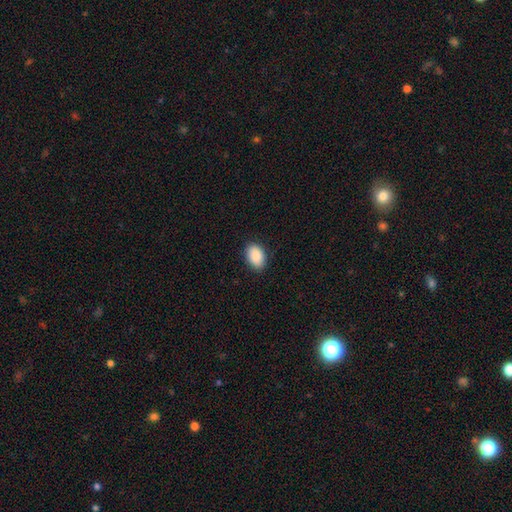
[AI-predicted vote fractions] Overall: smooth (90%). How rounded: in between (87%). Merging: none (88%).